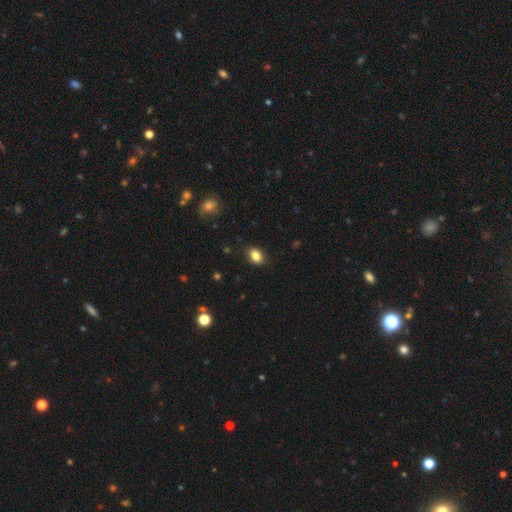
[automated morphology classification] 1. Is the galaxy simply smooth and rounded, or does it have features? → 84% smooth, 9% star or artifact, 6% featured or disk.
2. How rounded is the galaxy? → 78% in between, 20% round, 1% cigar-shaped.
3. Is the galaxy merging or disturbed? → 86% none, 11% minor disturbance, 2% major disturbance, 1% merger.